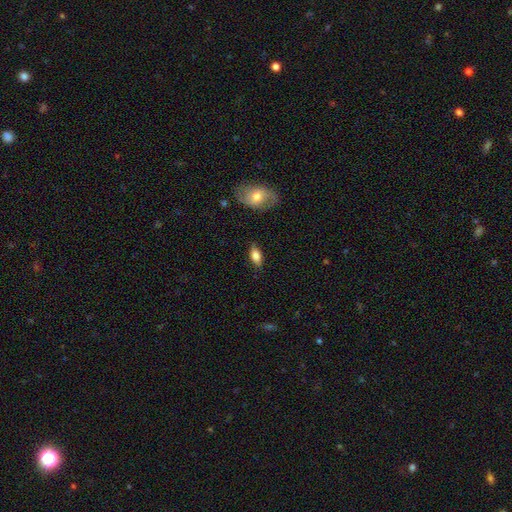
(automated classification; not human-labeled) A smooth galaxy with no disk features (75%) that is in between round and cigar-shaped (85%).

Vote fractions:
- Smooth or featured? smooth: 75% / featured or disk: 17% / star or artifact: 7%
- How rounded? in between: 85% / cigar-shaped: 11% / round: 4%
- Merging? none: 82% / minor disturbance: 13% / major disturbance: 3% / merger: 2%